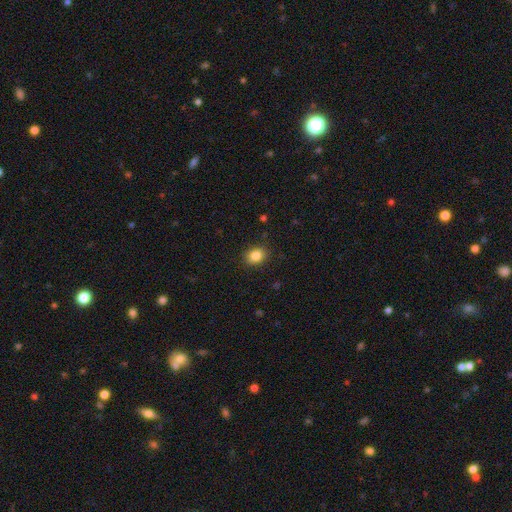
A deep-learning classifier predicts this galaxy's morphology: This appears to be a smooth galaxy with no disk features (86%) that is in between round and cigar-shaped (52%). Merging: none (88%).